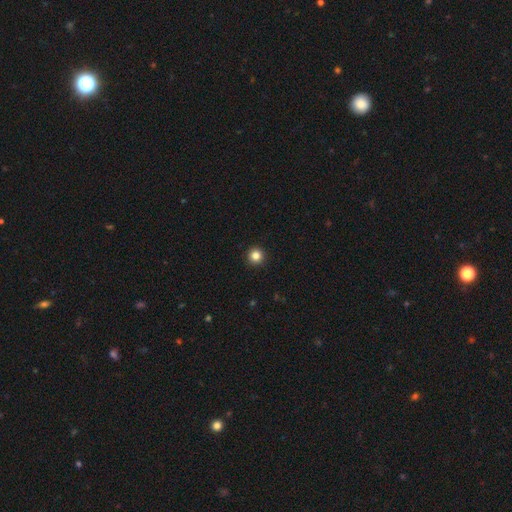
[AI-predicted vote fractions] Morphology: type=smooth (84%); roundness=round (96%); merging=none (94%).